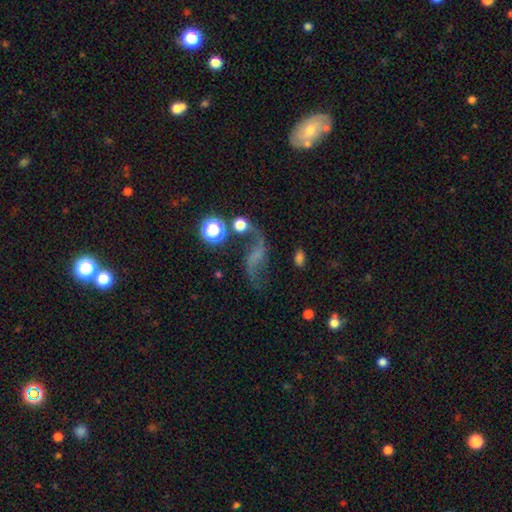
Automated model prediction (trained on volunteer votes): Smooth or featured? Predicted: featured or disk (p=0.71). Edge-on disk? Predicted: no (p=0.96). Bar? Predicted: no (p=0.41). Spiral arms? Predicted: yes (p=0.91). Spiral winding? Predicted: loose (p=0.86). Spiral arm count? Predicted: 2 (p=0.89). Bulge size? Predicted: none (p=0.60). Merging? Predicted: none (p=0.59).